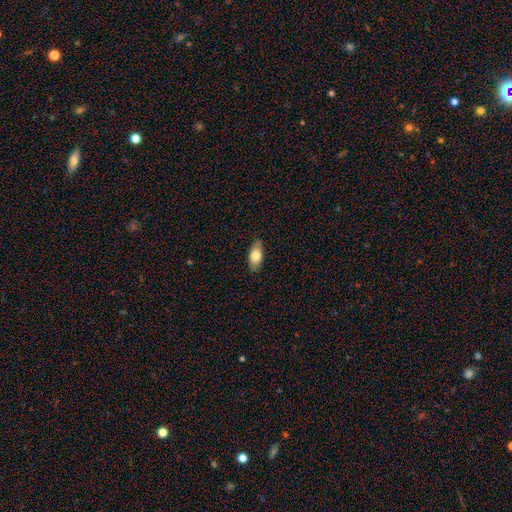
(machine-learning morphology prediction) smooth-or-featured: smooth: 77% | featured or disk: 17% | star or artifact: 6%
  how-rounded: in between: 88% | cigar-shaped: 8% | round: 4%
  merging: none: 84% | minor disturbance: 13% | major disturbance: 2% | merger: 1%